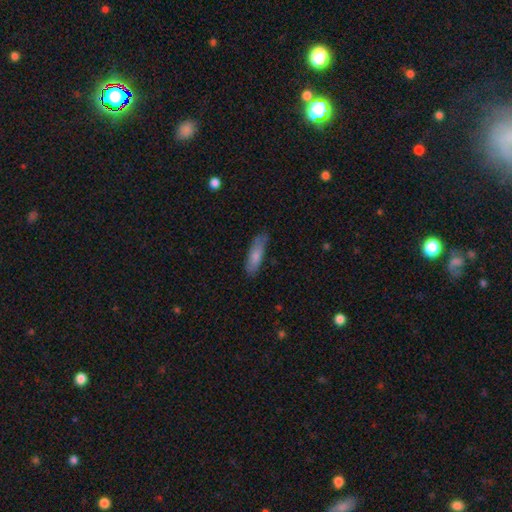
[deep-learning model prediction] A smooth galaxy with no disk features (76%) that is cigar-shaped (52%).

Vote fractions:
- Smooth or featured? smooth: 76% / featured or disk: 18% / star or artifact: 6%
- How rounded? cigar-shaped: 52% / in between: 46% / round: 2%
- Merging? none: 71% / minor disturbance: 22% / major disturbance: 5% / merger: 2%